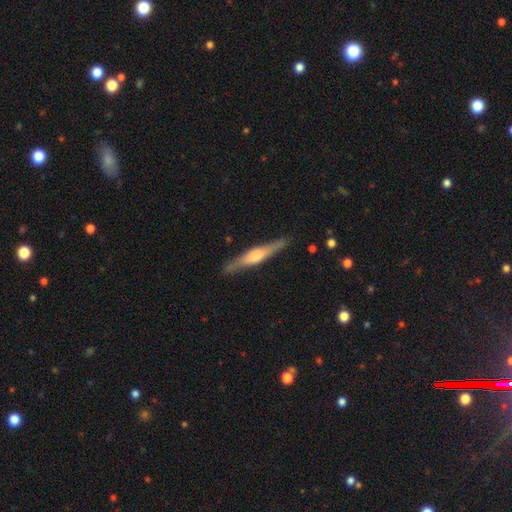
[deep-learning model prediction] A featured or disk galaxy (69%) viewed edge-on (96%) with a rounded central bulge (64%). Merging: none (87%).